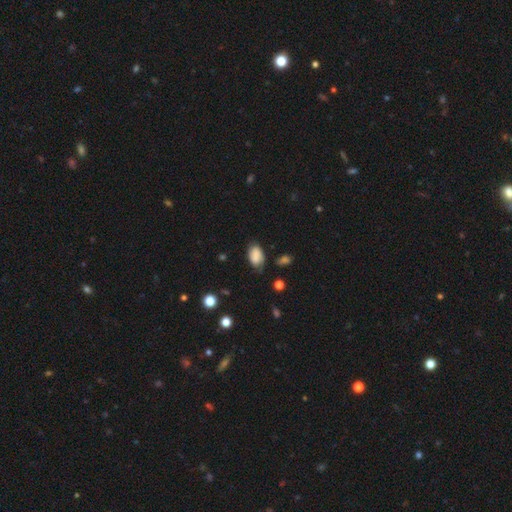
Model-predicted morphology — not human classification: smooth 79%, featured or disk 12%, star or artifact 9%. Down the decision tree: how rounded — in between (91%); merging — none (59%).